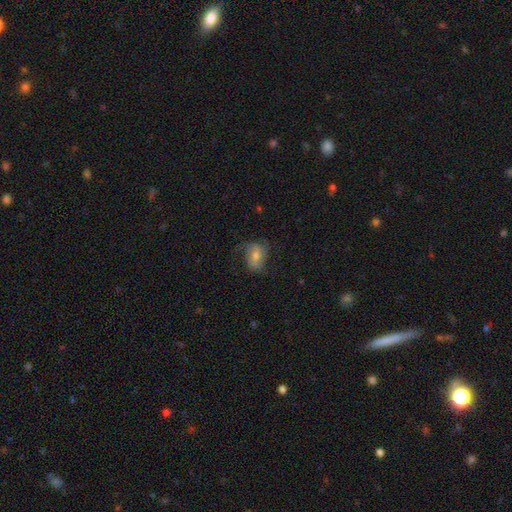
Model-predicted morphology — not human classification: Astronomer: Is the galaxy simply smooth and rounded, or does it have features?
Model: smooth — 46% (runner-up: featured or disk, 42%).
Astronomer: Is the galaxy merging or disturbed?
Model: none — 59%.